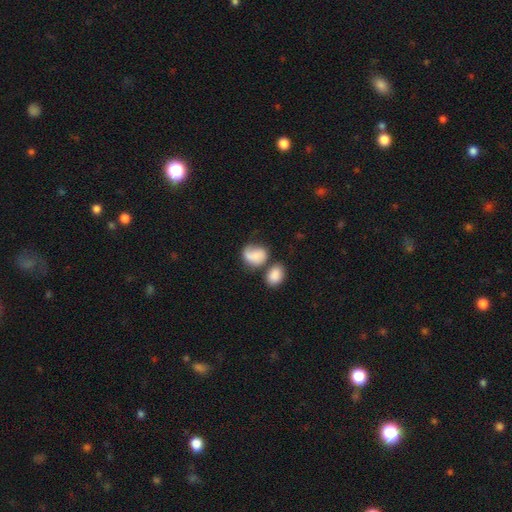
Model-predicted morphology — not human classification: smooth-or-featured: smooth: 69% | featured or disk: 23% | star or artifact: 8%
  how-rounded: in between: 55% | round: 44% | cigar-shaped: 1%
  merging: none: 35% | merger: 32% | minor disturbance: 22% | major disturbance: 11%